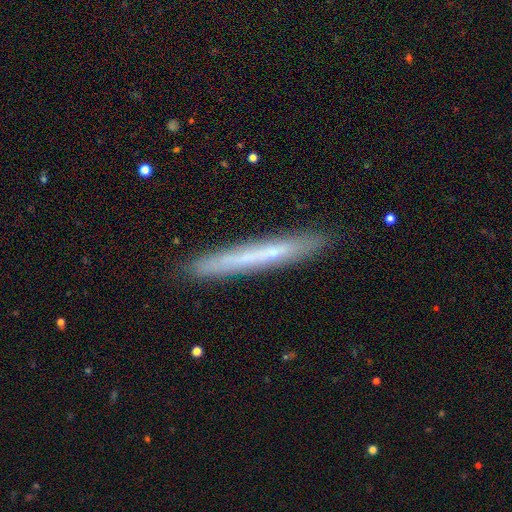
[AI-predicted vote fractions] smooth 47%, featured or disk 45%, star or artifact 8%. Down the decision tree: merging — none (89%).